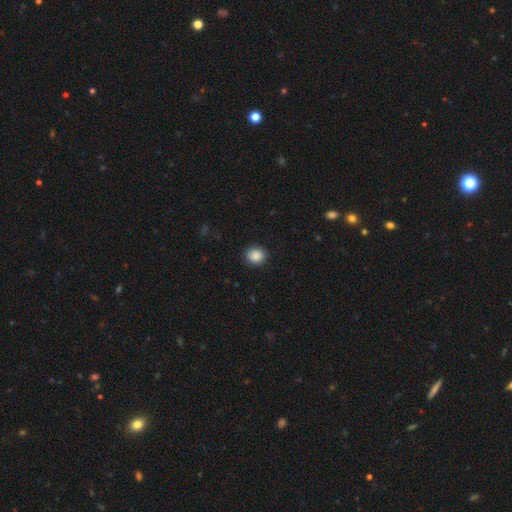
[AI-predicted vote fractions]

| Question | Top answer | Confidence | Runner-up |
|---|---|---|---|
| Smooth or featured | smooth | 88% | star or artifact (9%) |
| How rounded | round | 74% | in between (25%) |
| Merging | none | 90% | minor disturbance (7%) |